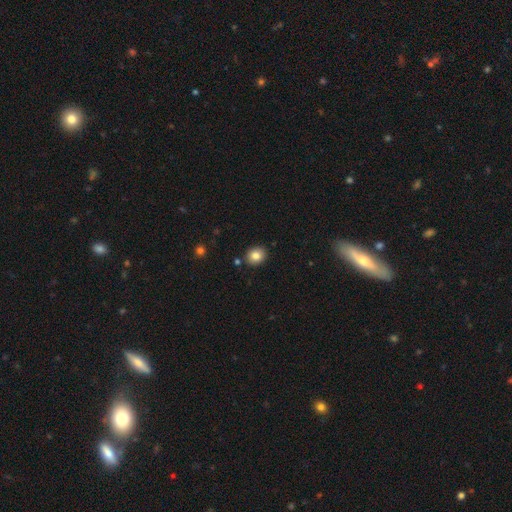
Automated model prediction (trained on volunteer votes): Smooth or featured? smooth (83%)
How rounded? round (68%)
Merging? none (87%)